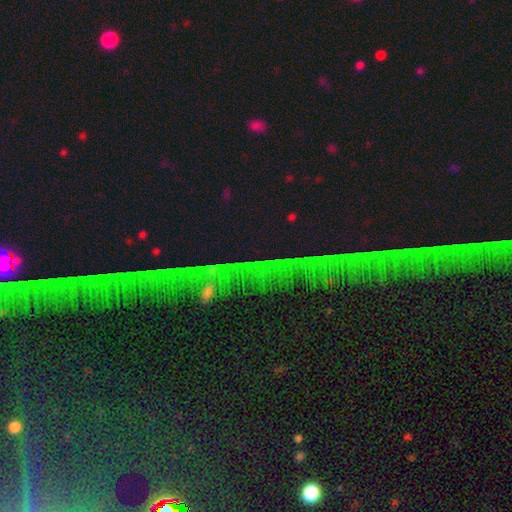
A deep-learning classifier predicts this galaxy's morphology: A star or artifact, not a galaxy (82%).

Vote fractions:
- Smooth or featured? star or artifact: 82% / featured or disk: 10% / smooth: 9%